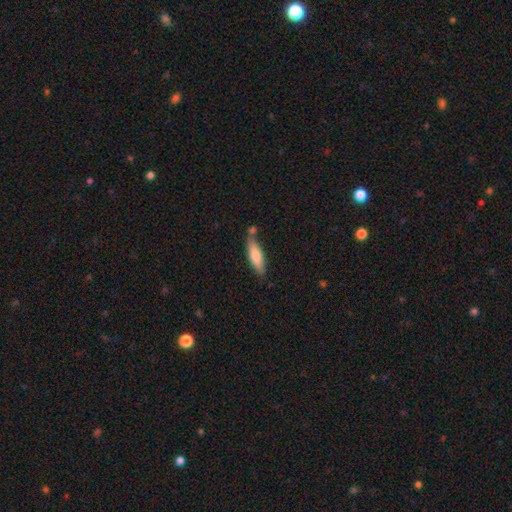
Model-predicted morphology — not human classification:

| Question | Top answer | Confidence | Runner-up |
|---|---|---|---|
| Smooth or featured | smooth | 75% | featured or disk (20%) |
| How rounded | cigar-shaped | 57% | in between (41%) |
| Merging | none | 67% | minor disturbance (17%) |